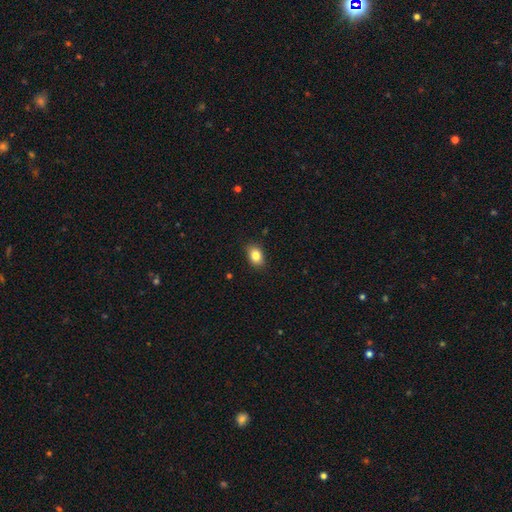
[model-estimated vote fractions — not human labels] smooth 83%, star or artifact 9%, featured or disk 8%. Down the decision tree: how rounded — in between (77%); merging — none (86%).